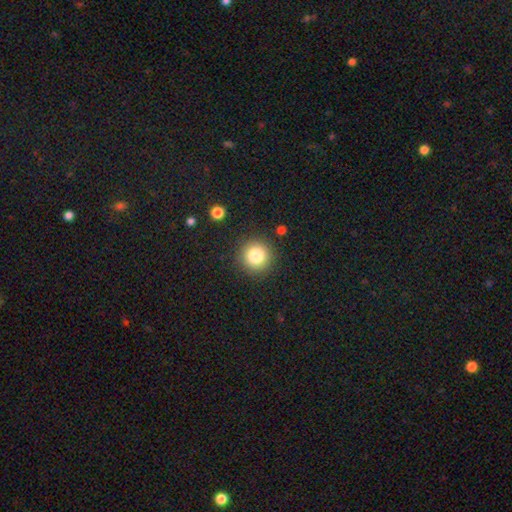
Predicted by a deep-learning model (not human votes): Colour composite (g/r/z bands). It shows a smooth galaxy with no disk features (81%) that is round (95%). Merging: none (90%).